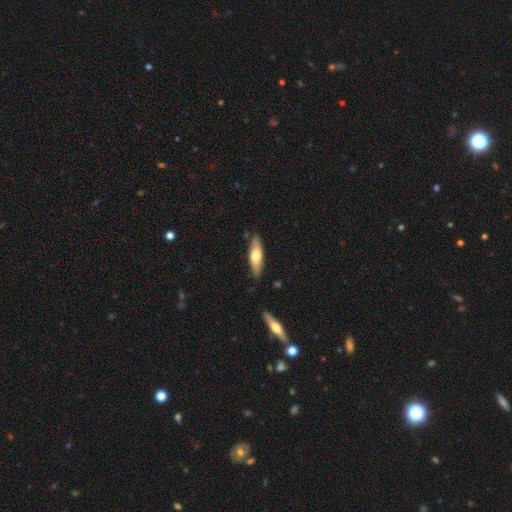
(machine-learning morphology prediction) Smooth or featured: smooth — 61% (featured or disk — 33%)
How rounded: cigar-shaped — 58% (in between — 40%)
Merging: none — 83% (minor disturbance — 13%)